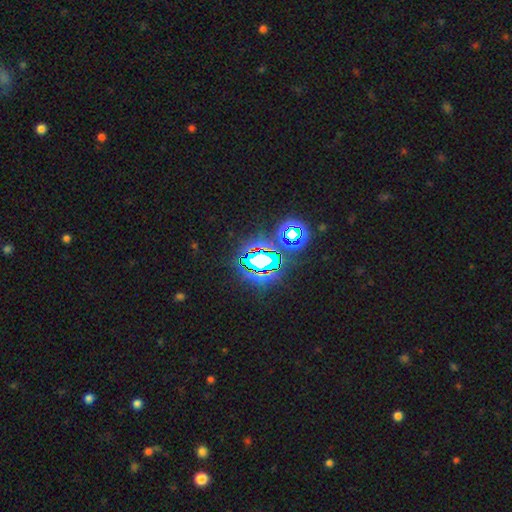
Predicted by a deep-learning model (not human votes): Smooth or featured? Predicted: star or artifact (p=0.75).